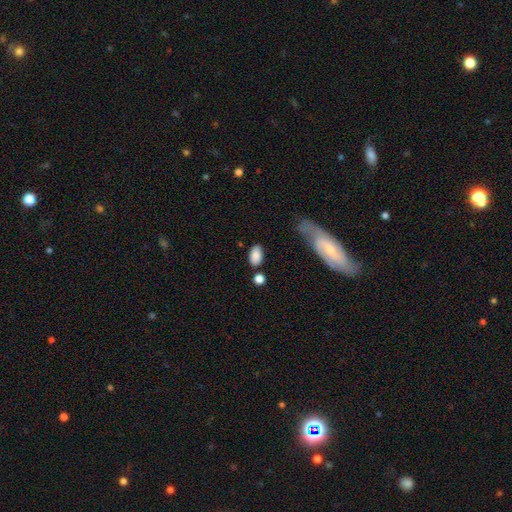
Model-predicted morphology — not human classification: This appears to be a smooth galaxy with no disk features (84%) that is in between round and cigar-shaped (91%). Merging: none (71%).